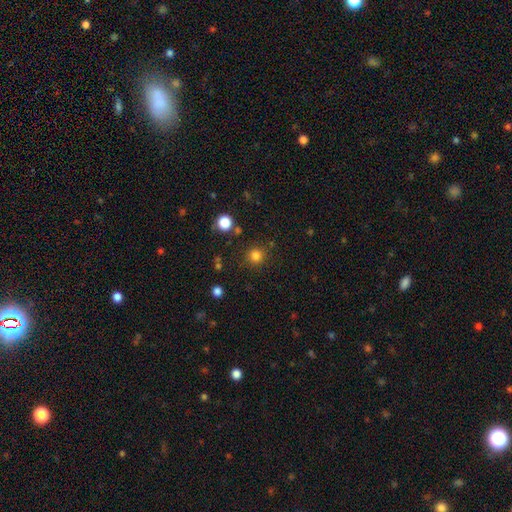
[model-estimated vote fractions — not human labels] This appears to be a smooth galaxy with no disk features (81%) that is round (94%). Merging: none (86%).